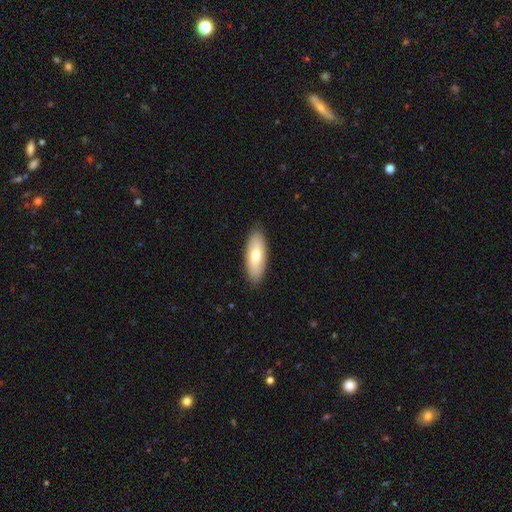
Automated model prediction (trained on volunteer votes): The model was most divided on "smooth or featured": smooth: 67%, featured or disk: 27%, star or artifact: 5%. More confident: merging — none (88%); how rounded — in between (72%).